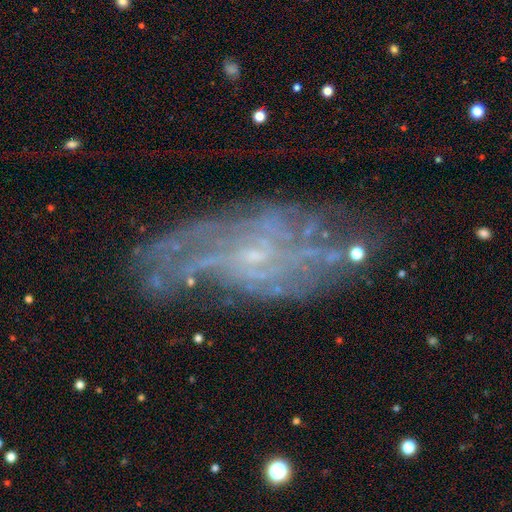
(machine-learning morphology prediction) Overall: featured or disk (77%). Edge-on disk: no (91%). Bar: no (69%). Spiral arms: yes (81%). Spiral arm count: can't tell (52%; 2 13%). Spiral winding: tight (43%; medium 34%). Bulge size: small (80%). Merging: none (68%).